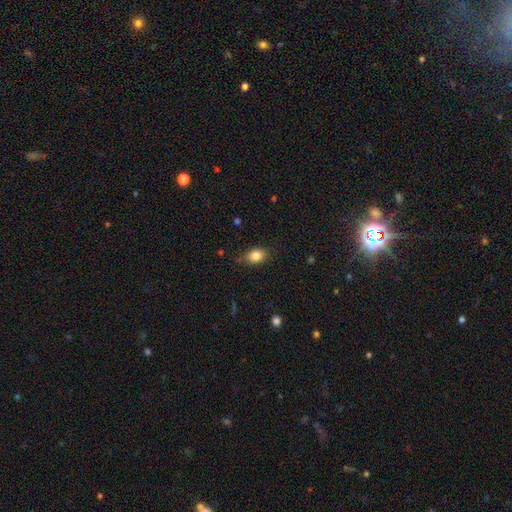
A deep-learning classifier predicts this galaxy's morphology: This is clearly a smooth galaxy (84%). How rounded: likely in between (75%). Merging: clearly none (81%).